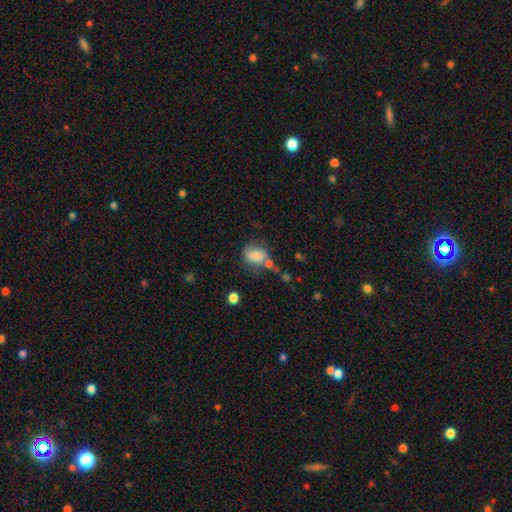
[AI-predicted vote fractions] This is likely a smooth galaxy (76%). How rounded: possibly in between (52%). Merging: possibly none (48%).